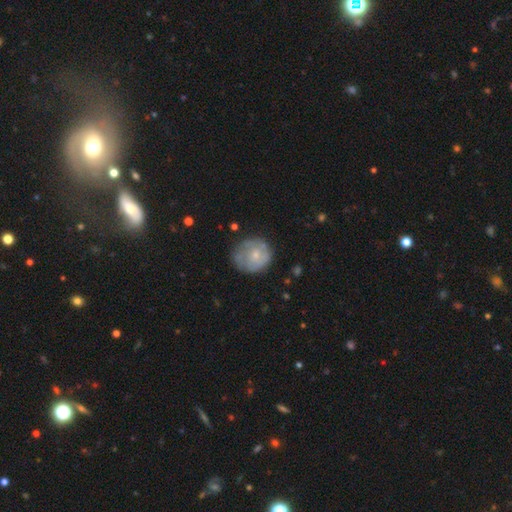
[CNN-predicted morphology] Overall: smooth (55%; featured or disk 38%). How rounded: round (84%). Merging: none (60%; minor disturbance 26%).